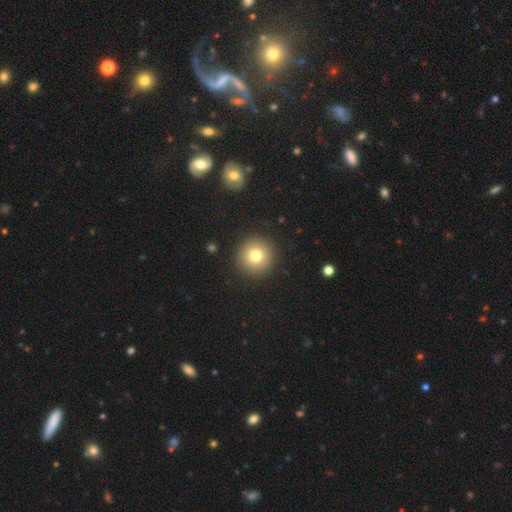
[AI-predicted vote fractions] The model was most divided on "smooth or featured": smooth: 79%, star or artifact: 11%, featured or disk: 10%. More confident: how rounded — round (95%); merging — none (91%).